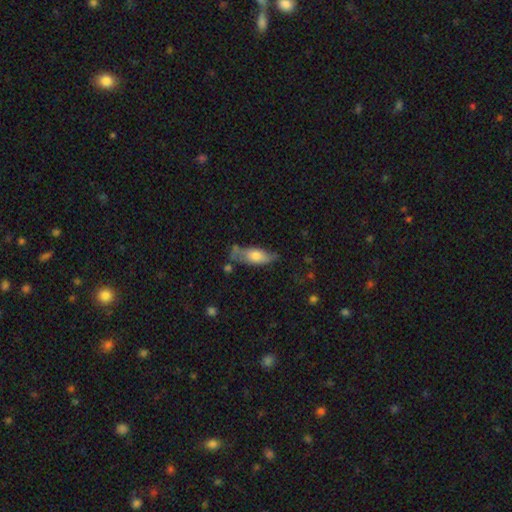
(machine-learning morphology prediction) Q: Smooth or featured?
A: smooth (67%); runner-up: featured or disk (27%)
Q: How rounded?
A: in between (68%); runner-up: cigar-shaped (29%)
Q: Merging?
A: none (53%); runner-up: minor disturbance (29%)